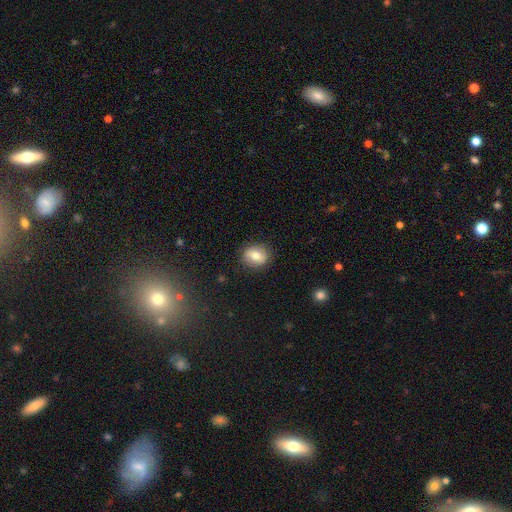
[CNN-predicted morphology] Smooth or featured: smooth — 67% (featured or disk — 23%)
How rounded: round — 66% (in between — 33%)
Merging: none — 86% (minor disturbance — 10%)